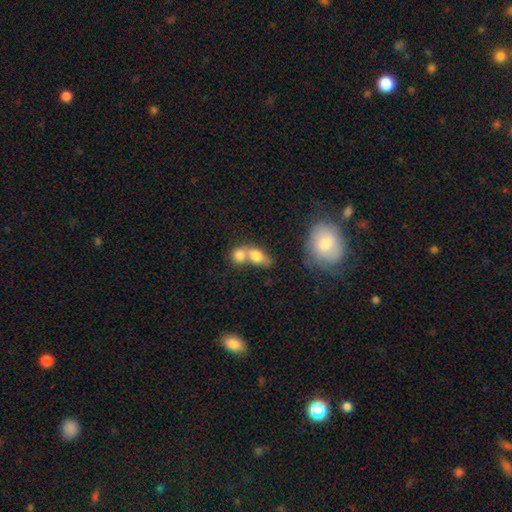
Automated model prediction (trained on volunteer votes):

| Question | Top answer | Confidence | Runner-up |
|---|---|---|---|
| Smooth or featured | smooth | 77% | featured or disk (15%) |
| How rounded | in between | 64% | round (33%) |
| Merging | merger | 68% | none (20%) |